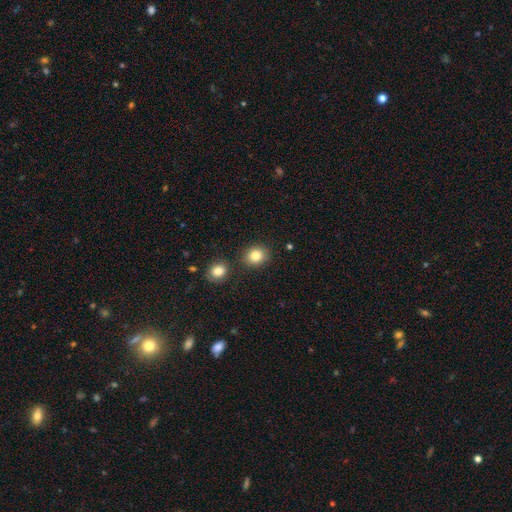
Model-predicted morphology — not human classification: smooth 83%, star or artifact 10%, featured or disk 7%. Down the decision tree: how rounded — round (71%); merging — none (81%).